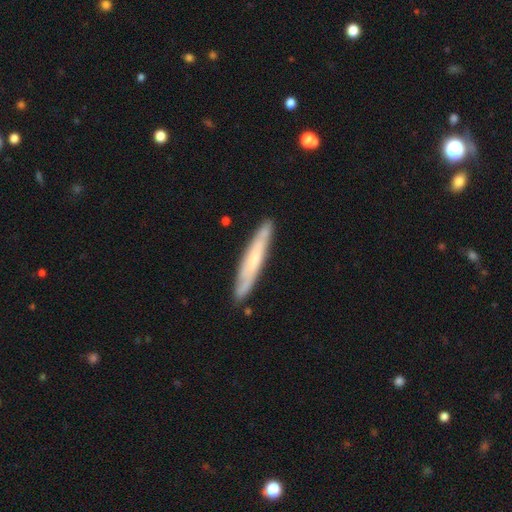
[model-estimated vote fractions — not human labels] Smooth or featured? Predicted: featured or disk (p=0.52). Edge-on disk? Predicted: yes (p=0.77). Merging? Predicted: none (p=0.86).